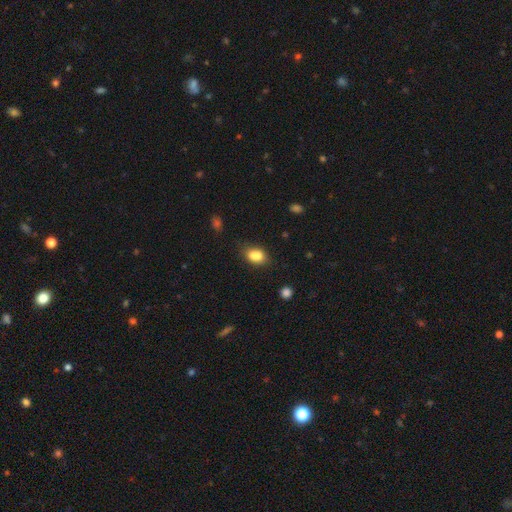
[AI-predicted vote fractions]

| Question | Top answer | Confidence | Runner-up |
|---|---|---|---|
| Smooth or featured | smooth | 79% | featured or disk (11%) |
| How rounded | in between | 72% | round (27%) |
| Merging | none | 50% | merger (25%) |